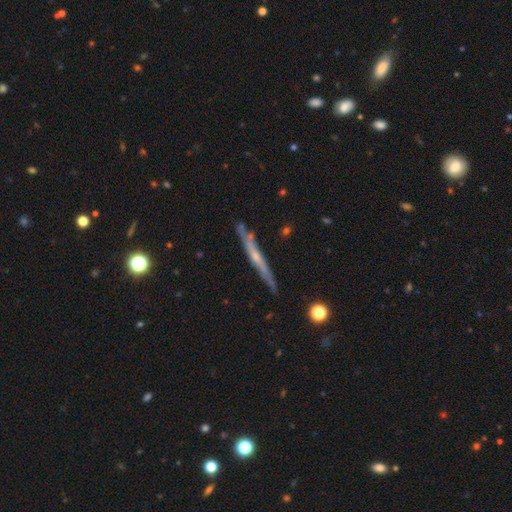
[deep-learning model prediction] Smooth or featured: featured or disk — 66% (smooth — 28%)
Edge-on disk: yes — 94% (no — 6%)
Edge-on bulge: none — 56% (rounded — 39%)
Merging: none — 84% (minor disturbance — 12%)